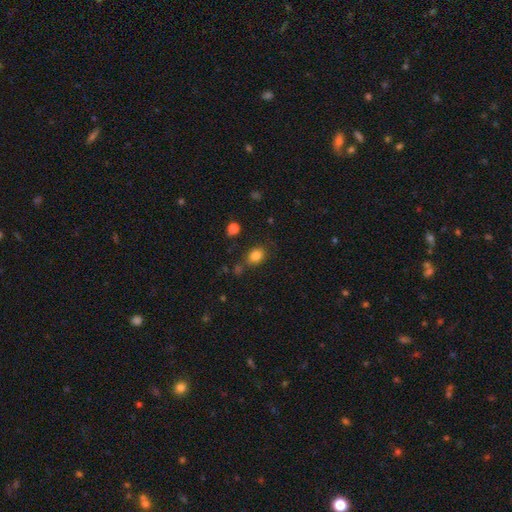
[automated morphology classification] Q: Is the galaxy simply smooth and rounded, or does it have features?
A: smooth — 83%.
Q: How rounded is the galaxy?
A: in between — 54%.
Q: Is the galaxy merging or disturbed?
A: none — 75%.